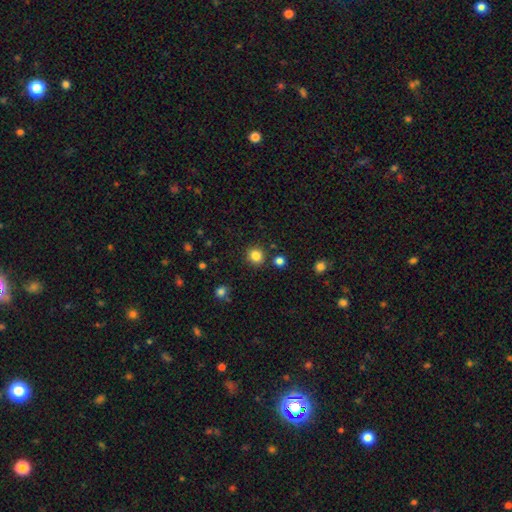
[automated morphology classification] type=smooth (84%); roundness=round (92%); merging=none (88%).